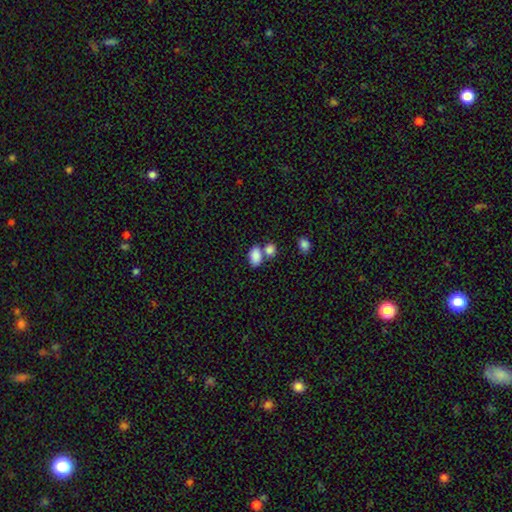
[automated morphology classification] Smooth or featured? smooth (86%)
How rounded? in between (88%)
Merging? none (43%)